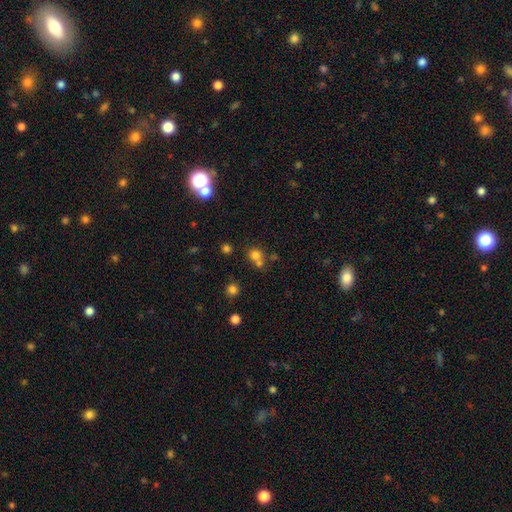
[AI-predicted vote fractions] Smooth or featured? smooth (73%)
How rounded? round (80%)
Merging? none (49%)